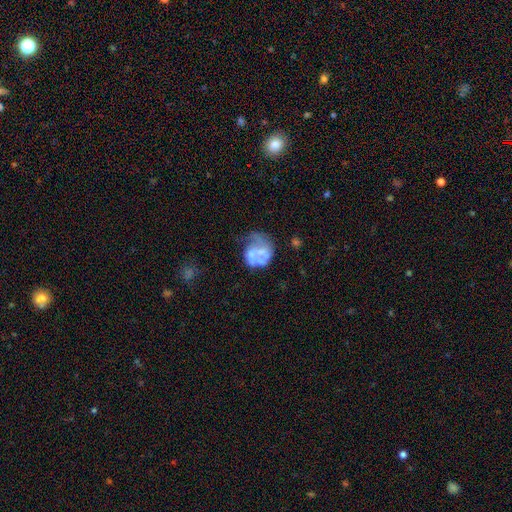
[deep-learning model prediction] Q: Smooth or featured?
A: featured or disk (56%); runner-up: smooth (34%)
Q: Edge-on disk?
A: no (98%); runner-up: yes (2%)
Q: Bar?
A: no (85%); runner-up: weak (12%)
Q: Spiral arms?
A: no (79%); runner-up: yes (21%)
Q: Bulge size?
A: none (57%); runner-up: moderate (20%)
Q: Merging?
A: major disturbance (34%); runner-up: none (31%)